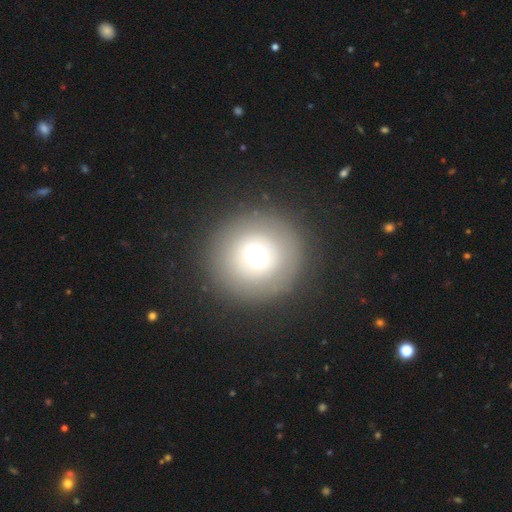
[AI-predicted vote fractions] Overall: smooth (61%; featured or disk 26%). How rounded: round (95%). Merging: none (86%).